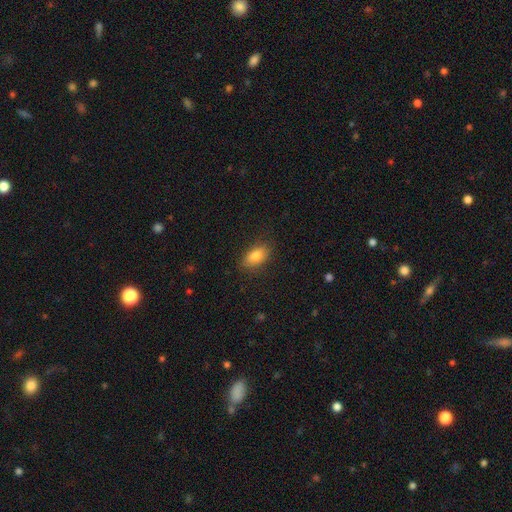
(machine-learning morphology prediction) type=smooth (83%); roundness=in between (89%); merging=none (84%).